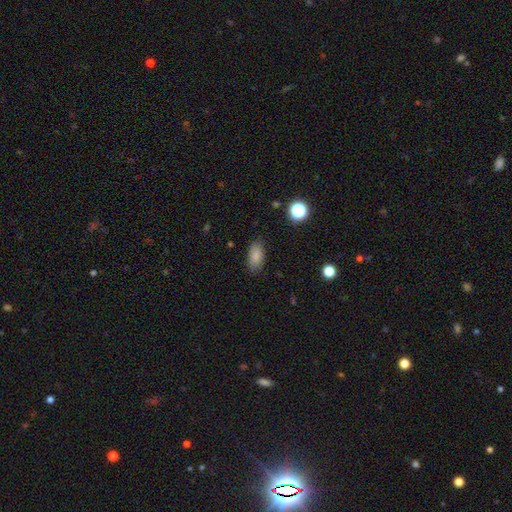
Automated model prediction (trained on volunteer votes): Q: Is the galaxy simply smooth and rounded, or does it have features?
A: smooth — 85%.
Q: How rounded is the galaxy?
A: in between — 90%.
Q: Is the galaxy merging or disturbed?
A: none — 84%.